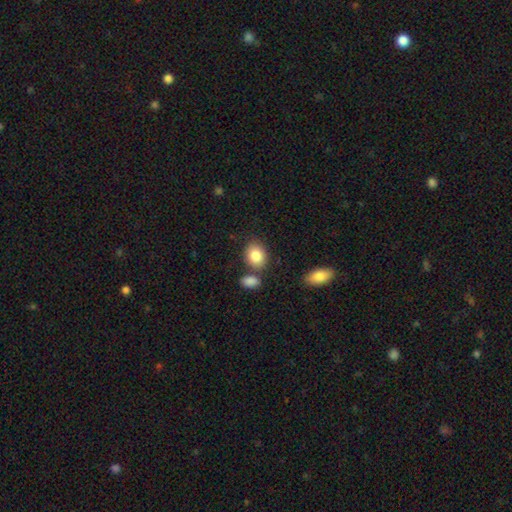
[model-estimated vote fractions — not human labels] smooth 85%, featured or disk 7%, star or artifact 7%. Down the decision tree: how rounded — in between (61%); merging — none (67%).